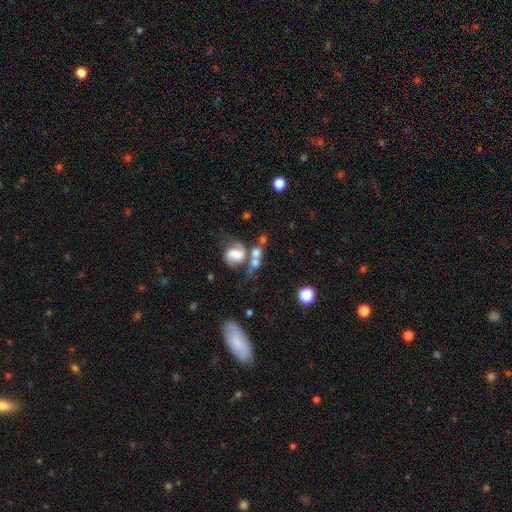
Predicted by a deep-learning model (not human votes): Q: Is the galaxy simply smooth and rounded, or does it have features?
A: smooth — 50%.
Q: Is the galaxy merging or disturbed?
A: merger — 50%.